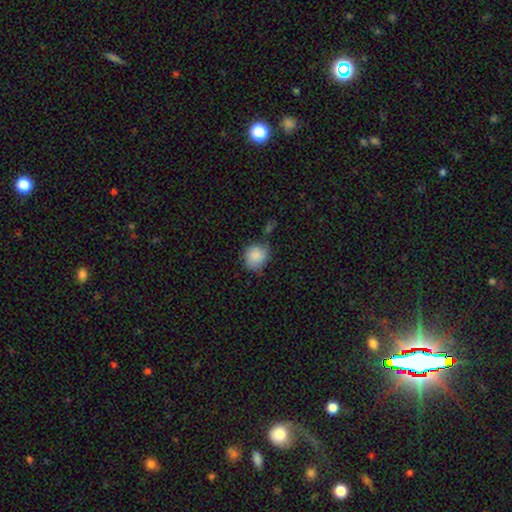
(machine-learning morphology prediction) Smooth or featured? Predicted: smooth (p=0.86). How rounded? Predicted: round (p=0.78). Merging? Predicted: none (p=0.51).